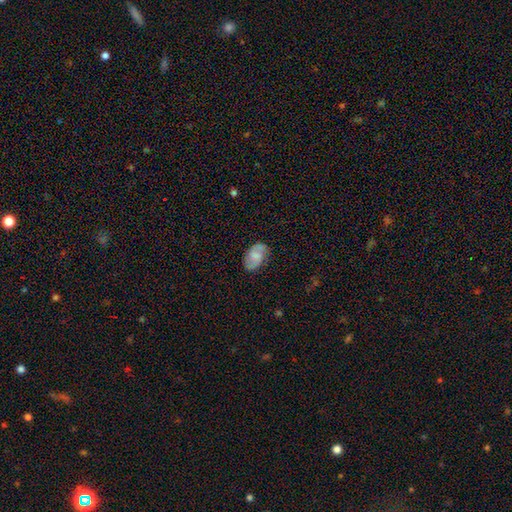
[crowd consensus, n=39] This appears to be a featured or disk galaxy (64%) with a weak bar (43%), 2 (100%) loose (57%) spiral arms (91%) and no central bulge (43%). Merging: none (75%).